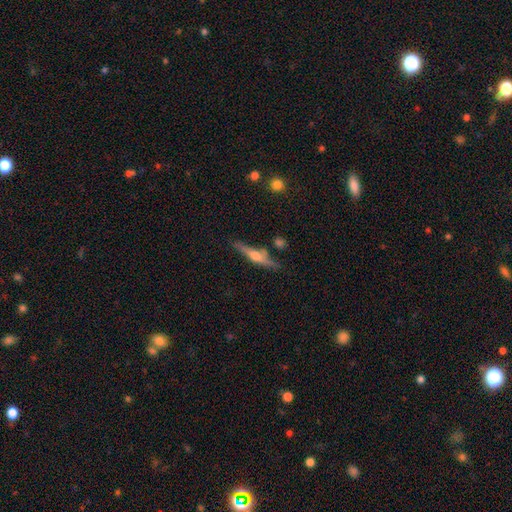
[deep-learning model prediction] Smooth or featured? Predicted: featured or disk (p=0.61). Edge-on disk? Predicted: yes (p=0.92). Edge-on bulge? Predicted: rounded (p=0.87). Merging? Predicted: none (p=0.65).